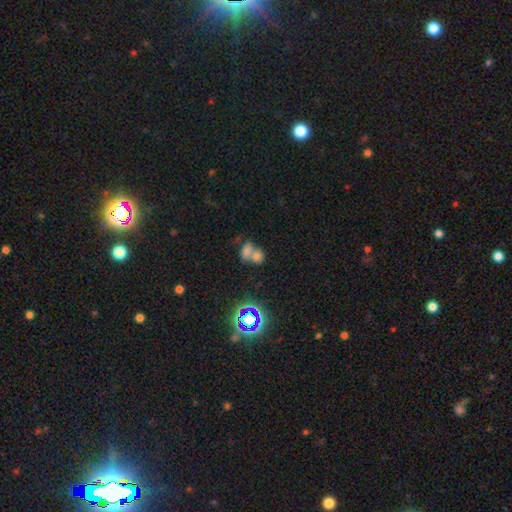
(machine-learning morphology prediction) This appears to be a smooth galaxy with no disk features (65%) that is in between round and cigar-shaped (61%). Merging: merger (71%).